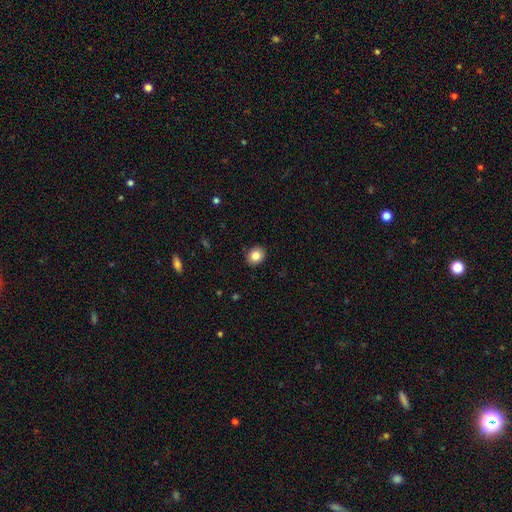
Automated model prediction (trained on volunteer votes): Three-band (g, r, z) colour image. It shows a smooth galaxy with no disk features (84%) that is round (64%). Merging: none (90%).